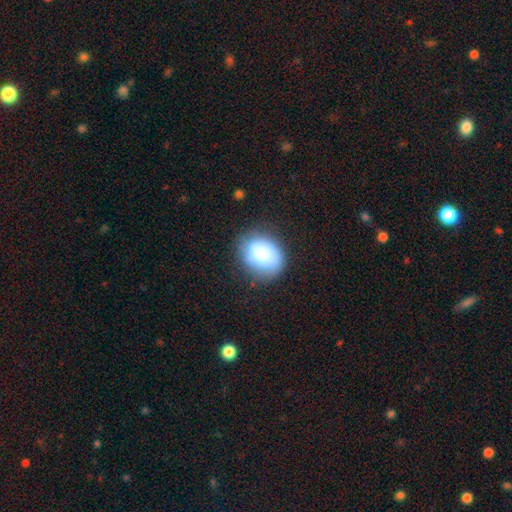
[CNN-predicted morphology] Overall: smooth (81%). How rounded: round (51%; in between 48%). Merging: none (68%).